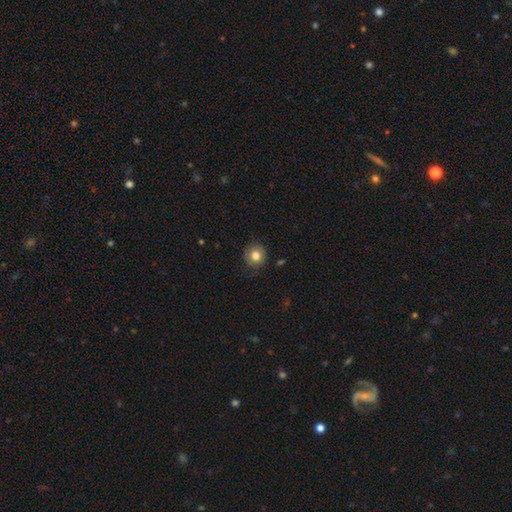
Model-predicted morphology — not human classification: The model was most divided on "smooth or featured": smooth: 75%, featured or disk: 17%, star or artifact: 9%. More confident: how rounded — round (87%); merging — none (81%).